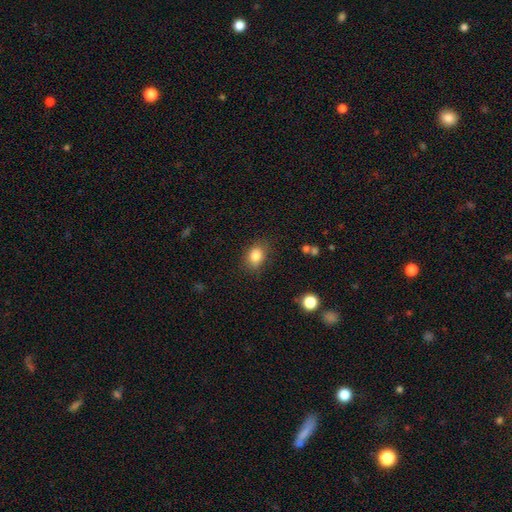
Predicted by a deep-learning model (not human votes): smooth_or_featured: smooth (p=0.84) [alt: star or artifact p=0.09]
how_rounded: in between (p=0.68) [alt: round p=0.31]
merging: none (p=0.79) [alt: minor disturbance p=0.16]